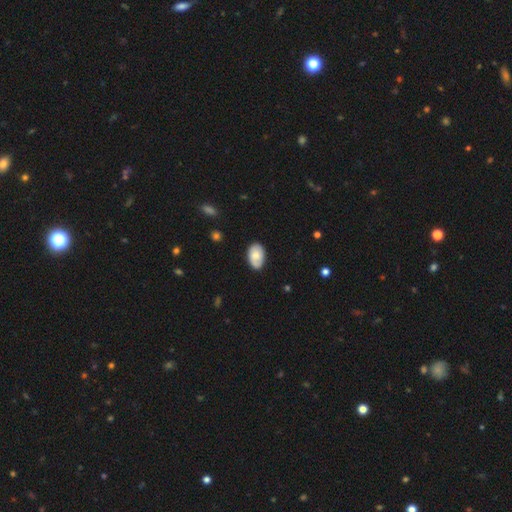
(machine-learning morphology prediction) smooth_or_featured: smooth (p=0.72) [alt: featured or disk p=0.22]
how_rounded: in between (p=0.90) [alt: round p=0.08]
merging: none (p=0.77) [alt: minor disturbance p=0.18]